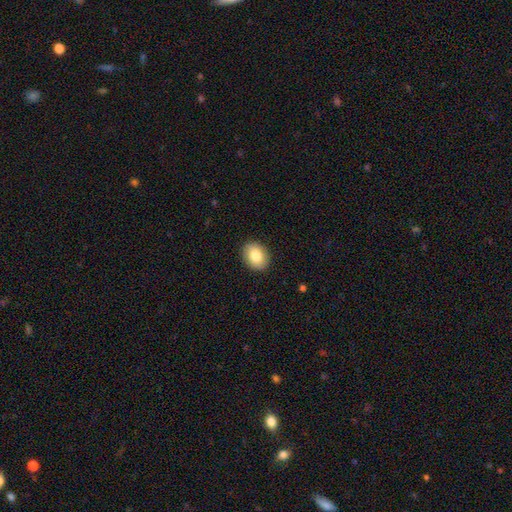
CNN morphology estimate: This appears to be a smooth galaxy with no disk features (83%) that is in between round and cigar-shaped (58%). Merging: none (91%).